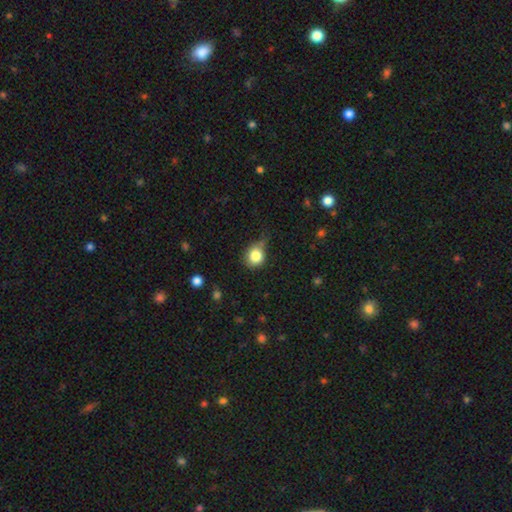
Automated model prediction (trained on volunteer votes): Q: Smooth or featured?
A: smooth (83%); runner-up: star or artifact (10%)
Q: How rounded?
A: round (82%); runner-up: in between (17%)
Q: Merging?
A: none (56%); runner-up: minor disturbance (30%)